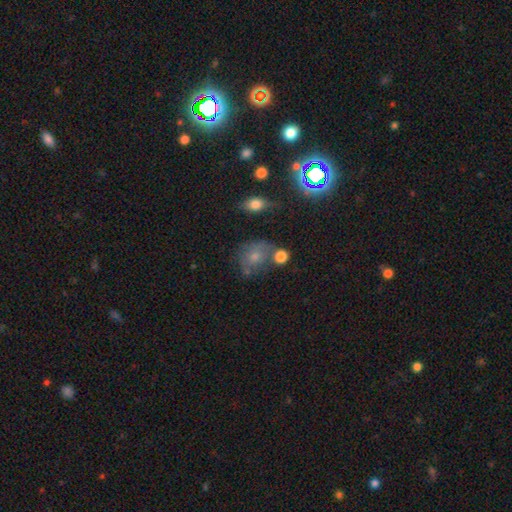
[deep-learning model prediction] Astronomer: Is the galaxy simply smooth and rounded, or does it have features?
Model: smooth — 43% (runner-up: star or artifact, 31%).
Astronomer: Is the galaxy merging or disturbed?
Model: none — 54%.